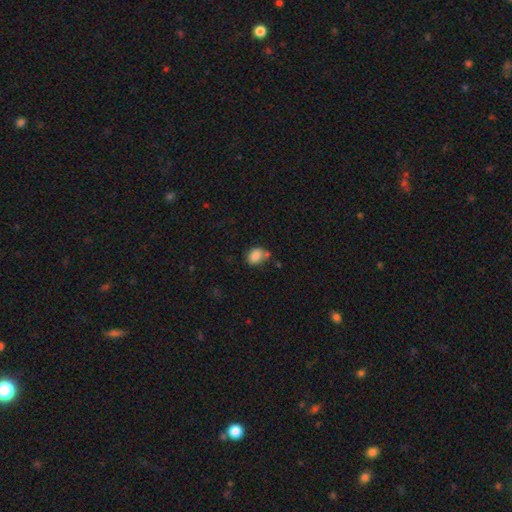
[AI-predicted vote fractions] A smooth galaxy with no disk features (83%) that is in between round and cigar-shaped (55%).

Vote fractions:
- Smooth or featured? smooth: 83% / star or artifact: 9% / featured or disk: 7%
- How rounded? in between: 55% / round: 44% / cigar-shaped: 1%
- Merging? none: 53% / minor disturbance: 22% / merger: 18% / major disturbance: 6%